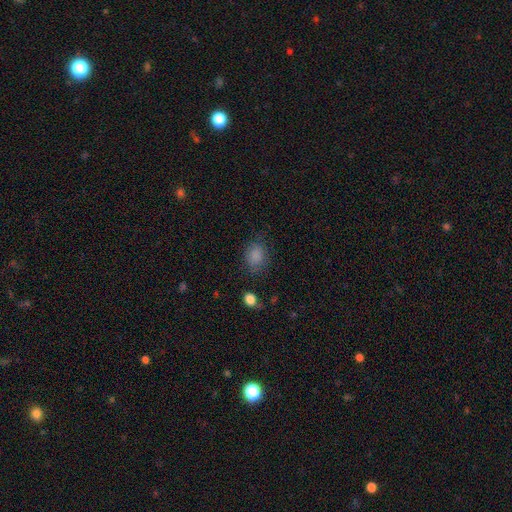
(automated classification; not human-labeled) A smooth galaxy with no disk features (84%) that is in between round and cigar-shaped (55%). Merging: none (76%).